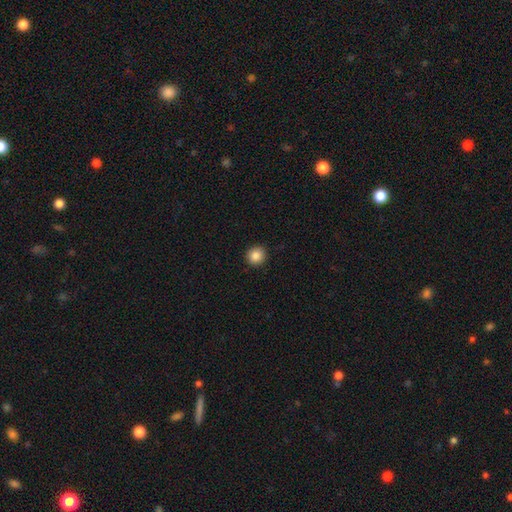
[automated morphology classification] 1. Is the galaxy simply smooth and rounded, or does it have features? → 86% smooth, 10% star or artifact, 4% featured or disk.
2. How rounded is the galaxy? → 93% round, 6% in between, 1% cigar-shaped.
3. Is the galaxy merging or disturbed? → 93% none, 5% minor disturbance, 2% major disturbance, 1% merger.